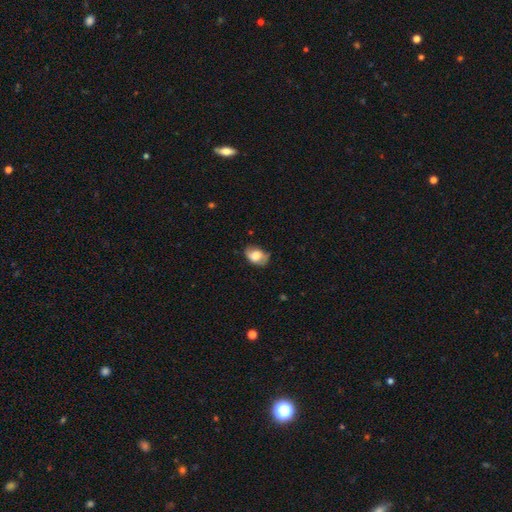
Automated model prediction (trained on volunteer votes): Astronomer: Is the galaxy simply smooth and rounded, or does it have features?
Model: smooth — 63%.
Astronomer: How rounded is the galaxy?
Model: in between — 83%.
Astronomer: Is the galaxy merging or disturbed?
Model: none — 67%.